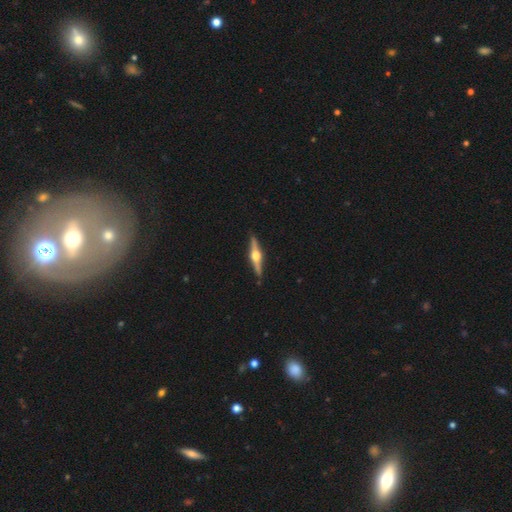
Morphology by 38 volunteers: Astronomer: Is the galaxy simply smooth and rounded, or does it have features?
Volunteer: featured or disk — 71%.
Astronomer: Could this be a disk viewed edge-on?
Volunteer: yes — 96%.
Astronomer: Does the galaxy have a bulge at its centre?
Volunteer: rounded — 96%.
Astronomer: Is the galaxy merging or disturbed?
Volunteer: none — 97%.